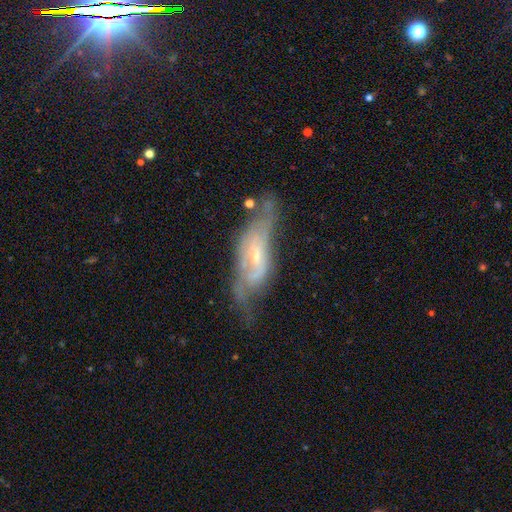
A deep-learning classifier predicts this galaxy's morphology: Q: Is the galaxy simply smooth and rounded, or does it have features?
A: featured or disk — 74%.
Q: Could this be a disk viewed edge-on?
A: no — 78%.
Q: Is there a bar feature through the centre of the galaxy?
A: no — 48%.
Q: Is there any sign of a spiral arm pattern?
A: yes — 75%.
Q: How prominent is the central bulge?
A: small — 68%.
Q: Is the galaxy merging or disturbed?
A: none — 46%.